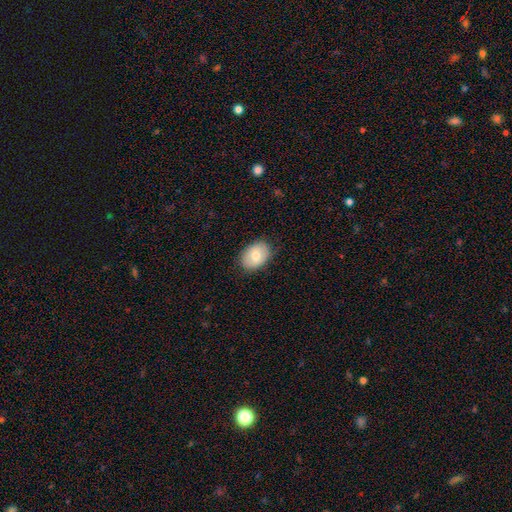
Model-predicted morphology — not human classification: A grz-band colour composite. It shows a smooth galaxy with no disk features (74%) that is in between round and cigar-shaped (78%). Merging: none (84%).